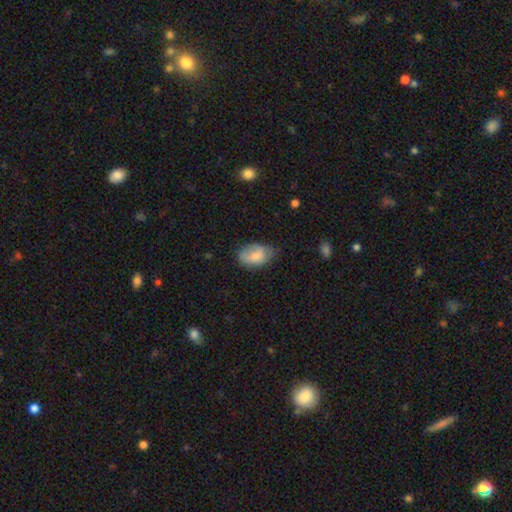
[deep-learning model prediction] Smooth or featured?
  - smooth: 78% *
  - featured or disk: 15%
  - star or artifact: 7%
How rounded?
  - in between: 89% *
  - round: 10%
  - cigar-shaped: 1%
Merging?
  - none: 53% *
  - minor disturbance: 36%
  - major disturbance: 9%
  - merger: 2%